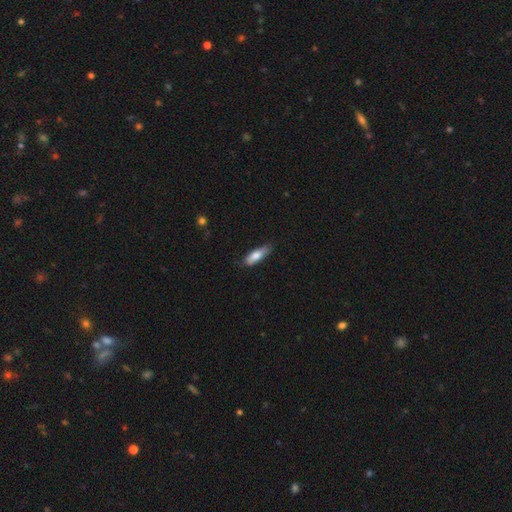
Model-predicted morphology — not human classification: A smooth galaxy with no disk features (77%) that is in between round and cigar-shaped (53%). Merging: none (75%).